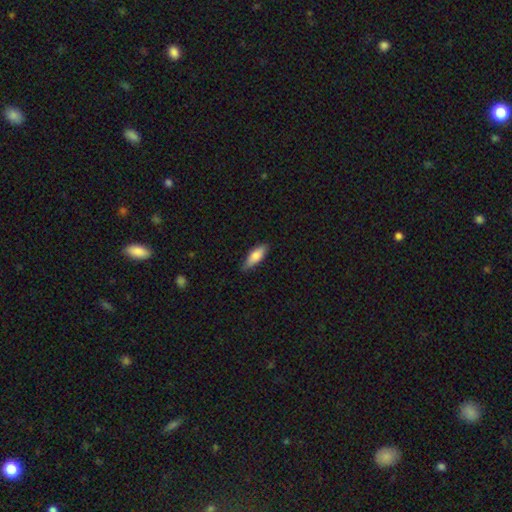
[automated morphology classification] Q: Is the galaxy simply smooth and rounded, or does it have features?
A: smooth — 78%.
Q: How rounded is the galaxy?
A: in between — 61%.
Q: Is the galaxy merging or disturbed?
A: none — 80%.